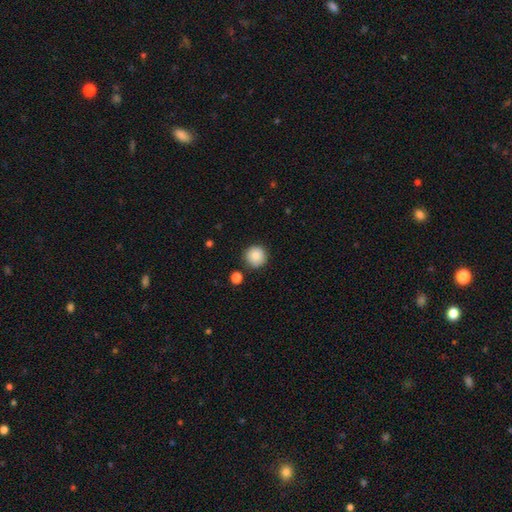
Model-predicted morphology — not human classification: This appears to be a smooth galaxy with no disk features (88%) that is round (95%). Merging: none (87%).